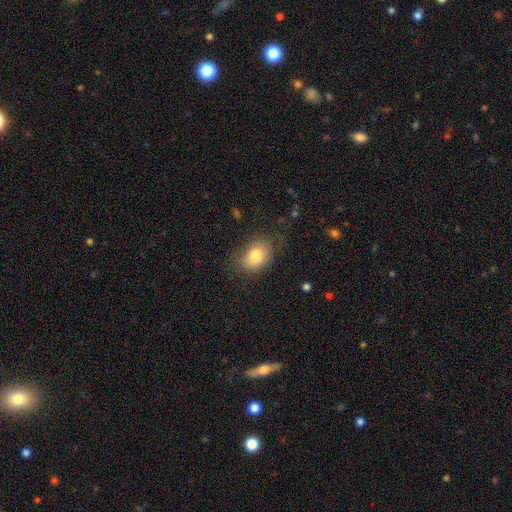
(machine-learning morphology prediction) This is clearly a smooth galaxy (80%). How rounded: likely in between (71%). Merging: likely none (67%).